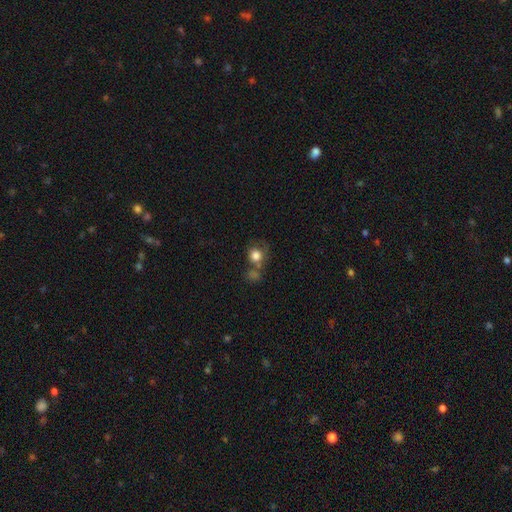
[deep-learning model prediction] This appears to be a smooth galaxy with no disk features (77%) that is round (78%). Merging: none (42%).